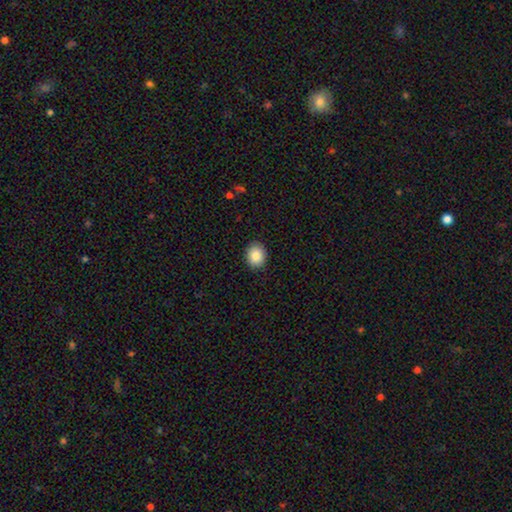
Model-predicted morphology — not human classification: This appears to be a smooth galaxy with no disk features (86%) that is round (59%). Merging: none (90%).